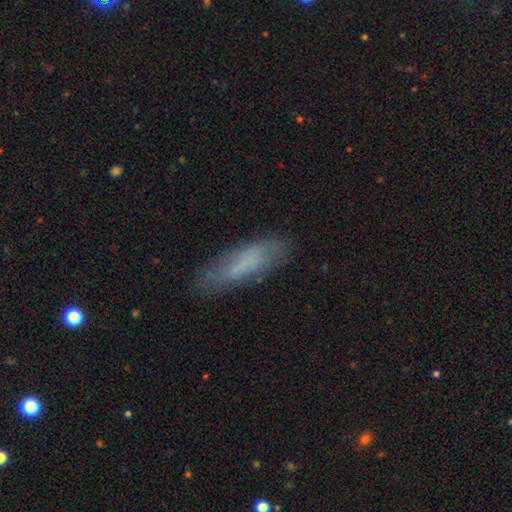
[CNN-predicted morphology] Smooth or featured: smooth — 63% (featured or disk — 29%)
How rounded: cigar-shaped — 55% (in between — 43%)
Merging: none — 72% (minor disturbance — 20%)